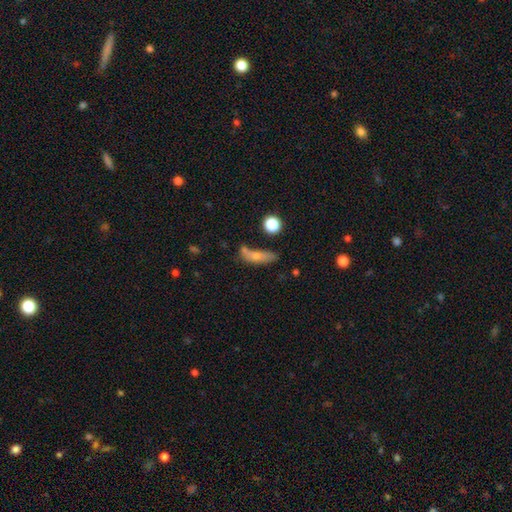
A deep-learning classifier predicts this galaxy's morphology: Overall: smooth (65%). How rounded: cigar-shaped (50%; in between 44%). Merging: none (44%; minor disturbance 24%).